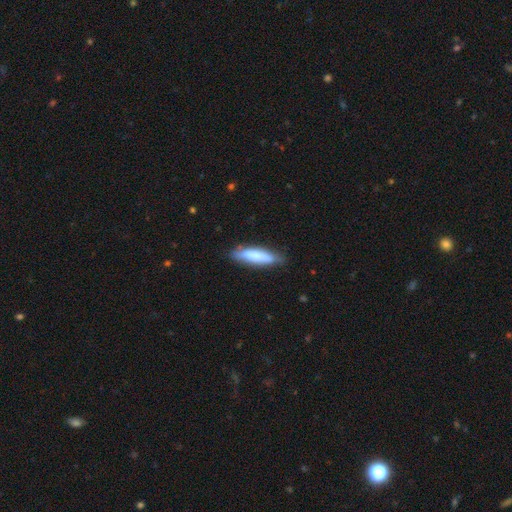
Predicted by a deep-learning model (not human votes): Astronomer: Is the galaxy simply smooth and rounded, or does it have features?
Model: smooth — 73%.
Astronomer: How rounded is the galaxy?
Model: cigar-shaped — 71%.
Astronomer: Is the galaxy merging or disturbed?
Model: none — 79%.